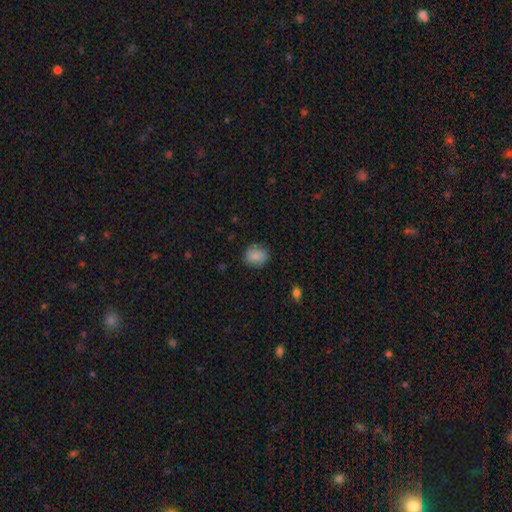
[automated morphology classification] A smooth galaxy with no disk features (82%) that is round (70%). Merging: none (77%).